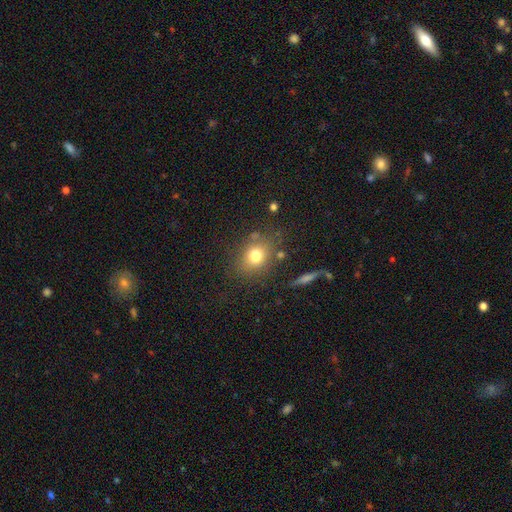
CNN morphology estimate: Q: Smooth or featured?
A: smooth (76%); runner-up: star or artifact (13%)
Q: How rounded?
A: round (58%); runner-up: in between (41%)
Q: Merging?
A: none (76%); runner-up: minor disturbance (13%)